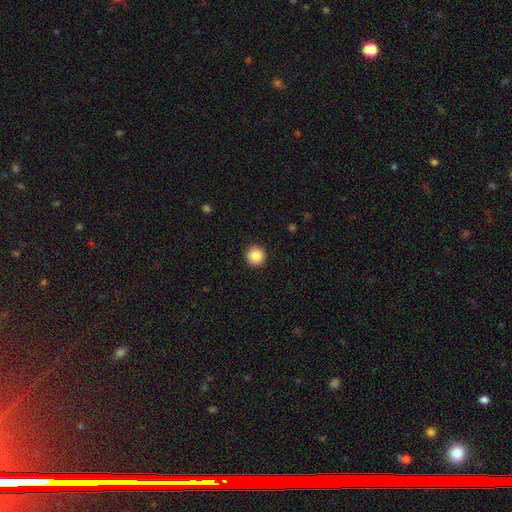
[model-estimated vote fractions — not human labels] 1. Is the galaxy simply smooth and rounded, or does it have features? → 87% smooth, 9% star or artifact, 4% featured or disk.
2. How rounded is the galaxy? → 96% round, 3% in between, 1% cigar-shaped.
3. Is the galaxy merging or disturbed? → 93% none, 5% minor disturbance, 2% major disturbance, 1% merger.